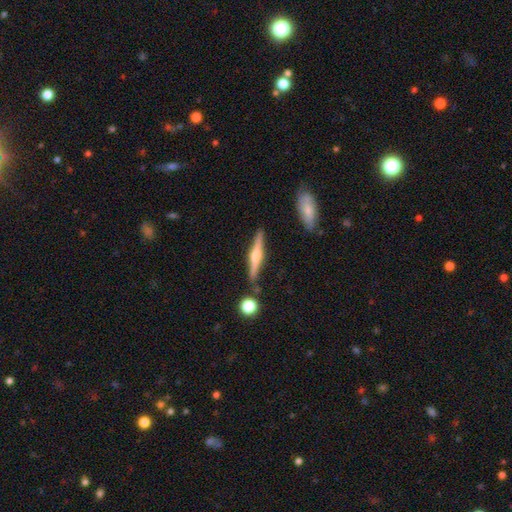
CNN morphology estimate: Smooth or featured: featured or disk — 70% (smooth — 24%)
Edge-on disk: yes — 97% (no — 3%)
Edge-on bulge: rounded — 86% (boxy — 9%)
Merging: none — 86% (minor disturbance — 8%)